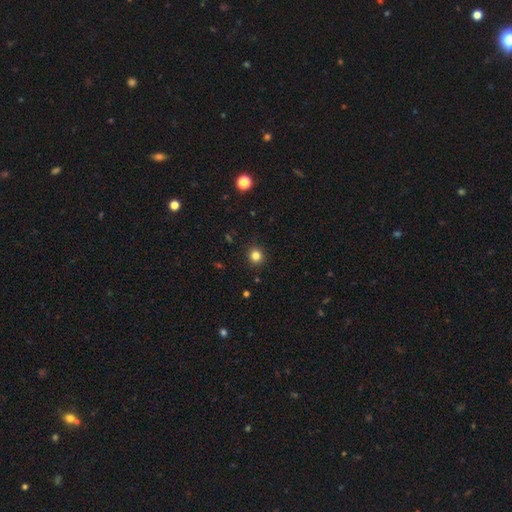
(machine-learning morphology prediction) Q: Smooth or featured?
A: smooth (82%); runner-up: star or artifact (14%)
Q: How rounded?
A: round (92%); runner-up: in between (7%)
Q: Merging?
A: none (92%); runner-up: minor disturbance (6%)